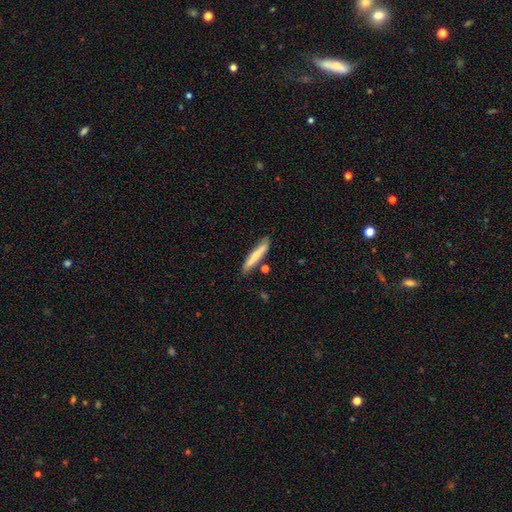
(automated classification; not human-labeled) Q: Smooth or featured?
A: smooth (62%); runner-up: featured or disk (32%)
Q: How rounded?
A: cigar-shaped (89%); runner-up: in between (10%)
Q: Merging?
A: none (78%); runner-up: minor disturbance (14%)